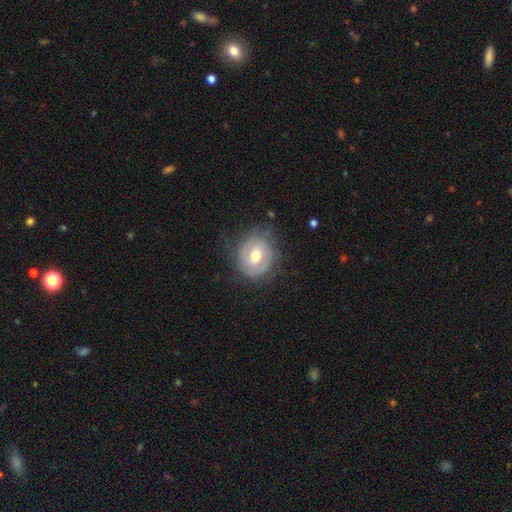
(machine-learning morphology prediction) This is likely a featured or disk galaxy (64%). It is clearly not viewed edge-on (96%). Bar: marginally weak (44%). Spiral arm pattern: likely yes (73%). Central bulge: likely moderate (76%). Merging: likely none (68%).